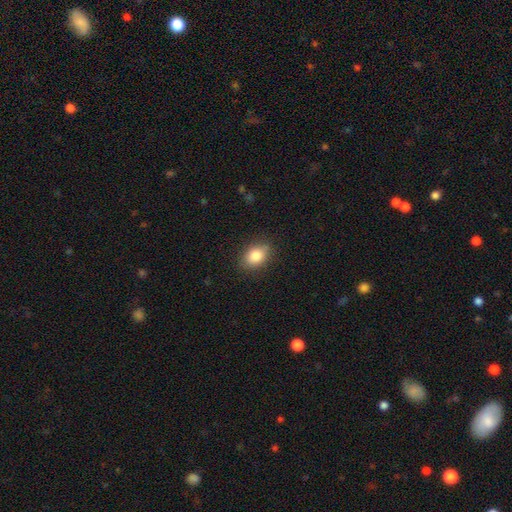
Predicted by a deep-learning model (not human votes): This appears to be a smooth galaxy with no disk features (83%) that is in between round and cigar-shaped (73%). Merging: none (84%).